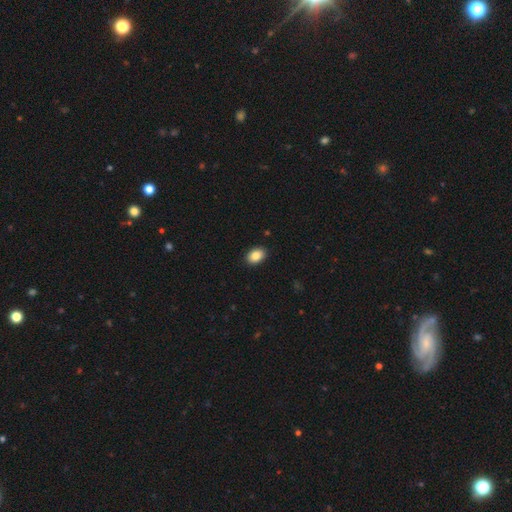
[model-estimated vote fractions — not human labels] smooth 87%, star or artifact 8%, featured or disk 5%. Down the decision tree: how rounded — in between (84%); merging — none (90%).